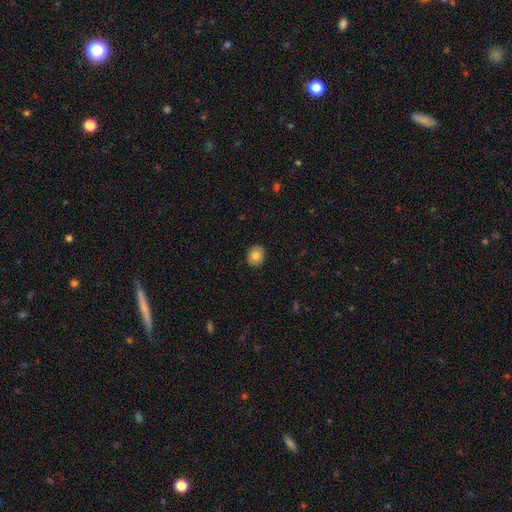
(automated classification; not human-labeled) This appears to be a smooth galaxy with no disk features (81%) that is round (66%). Merging: none (90%).